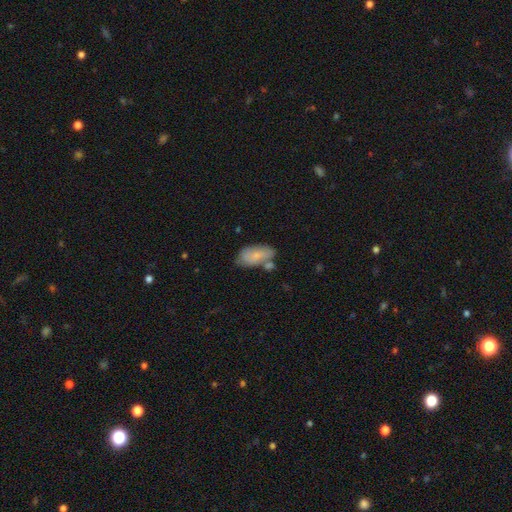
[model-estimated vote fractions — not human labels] Smooth or featured: smooth — 71% (featured or disk — 22%)
How rounded: in between — 91% (cigar-shaped — 5%)
Merging: none — 52% (minor disturbance — 22%)